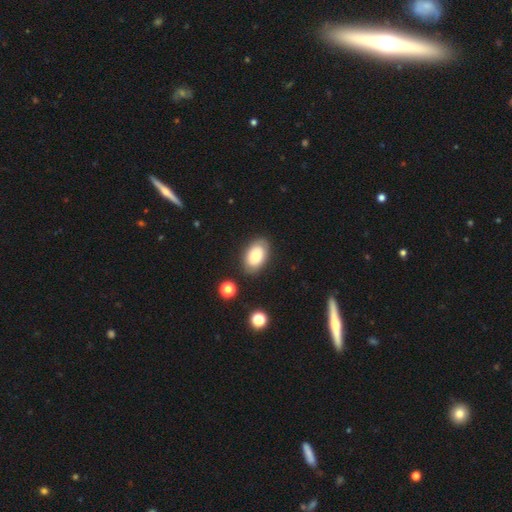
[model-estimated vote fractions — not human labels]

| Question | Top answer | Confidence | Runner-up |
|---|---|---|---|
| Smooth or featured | smooth | 71% | featured or disk (21%) |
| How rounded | in between | 89% | round (9%) |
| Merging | none | 80% | minor disturbance (14%) |